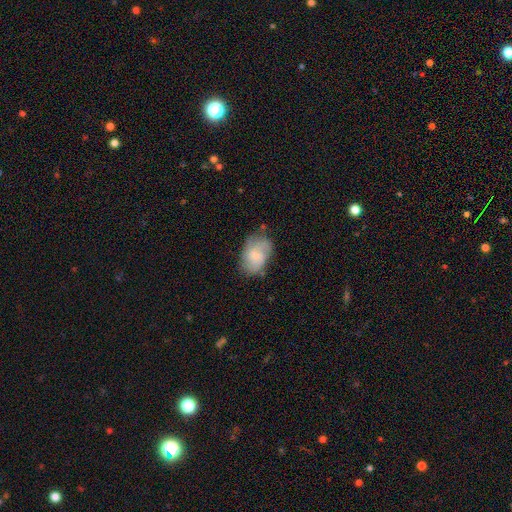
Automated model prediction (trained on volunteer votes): Smooth or featured?
  - smooth: 54% *
  - featured or disk: 39%
  - star or artifact: 7%
How rounded?
  - in between: 85% *
  - round: 13%
  - cigar-shaped: 1%
Merging?
  - none: 57% *
  - minor disturbance: 29%
  - major disturbance: 11%
  - merger: 3%